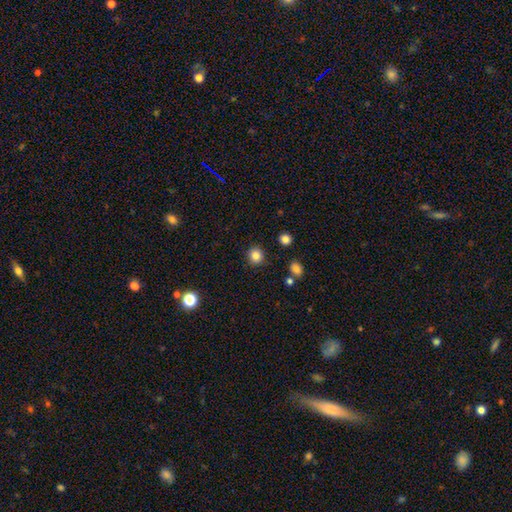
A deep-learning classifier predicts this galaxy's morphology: Smooth or featured? smooth (84%)
How rounded? round (89%)
Merging? none (89%)